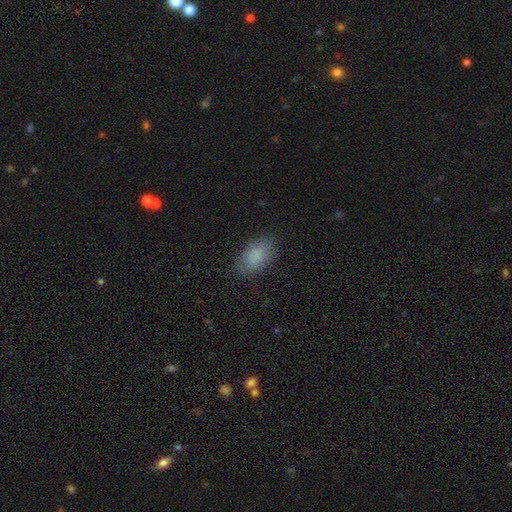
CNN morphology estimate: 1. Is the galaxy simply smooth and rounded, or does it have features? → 86% smooth, 8% star or artifact, 6% featured or disk.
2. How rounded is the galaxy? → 92% in between, 5% round, 2% cigar-shaped.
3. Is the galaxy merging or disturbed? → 83% none, 13% minor disturbance, 4% major disturbance, 1% merger.